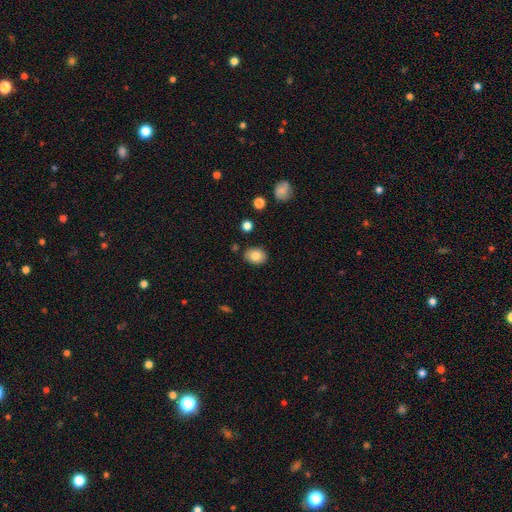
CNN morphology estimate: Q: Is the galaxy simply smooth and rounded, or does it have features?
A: smooth — 81%.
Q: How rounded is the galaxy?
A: in between — 64%.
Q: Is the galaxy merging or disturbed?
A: none — 85%.